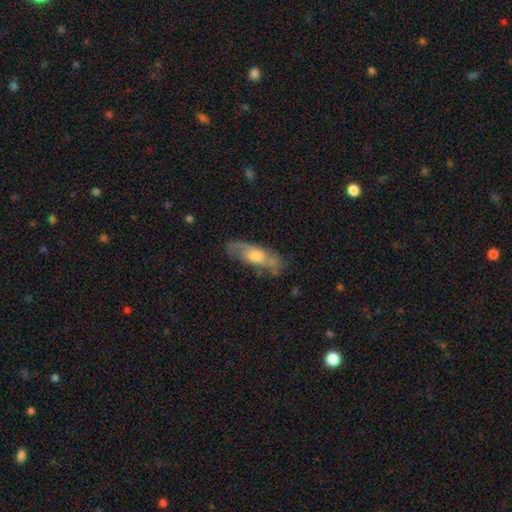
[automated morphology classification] Q: Smooth or featured?
A: featured or disk (66%); runner-up: smooth (28%)
Q: Edge-on disk?
A: no (81%); runner-up: yes (19%)
Q: Bar?
A: no (62%); runner-up: weak (32%)
Q: Spiral arms?
A: yes (84%); runner-up: no (16%)
Q: Bulge size?
A: moderate (51%); runner-up: large (24%)
Q: Merging?
A: none (68%); runner-up: minor disturbance (21%)